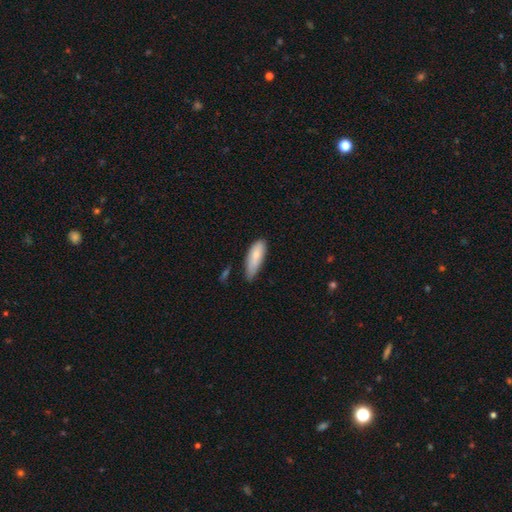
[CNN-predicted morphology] Smooth or featured? smooth (81%)
How rounded? in between (68%)
Merging? none (53%)